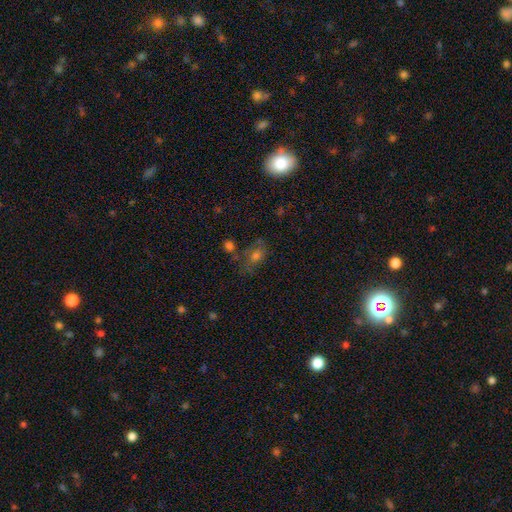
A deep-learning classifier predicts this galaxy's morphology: A smooth galaxy with no disk features (54%) that is in between round and cigar-shaped (66%).

Vote fractions:
- Smooth or featured? smooth: 54% / star or artifact: 23% / featured or disk: 23%
- How rounded? in between: 66% / round: 31% / cigar-shaped: 3%
- Merging? none: 54% / minor disturbance: 22% / major disturbance: 14% / merger: 10%